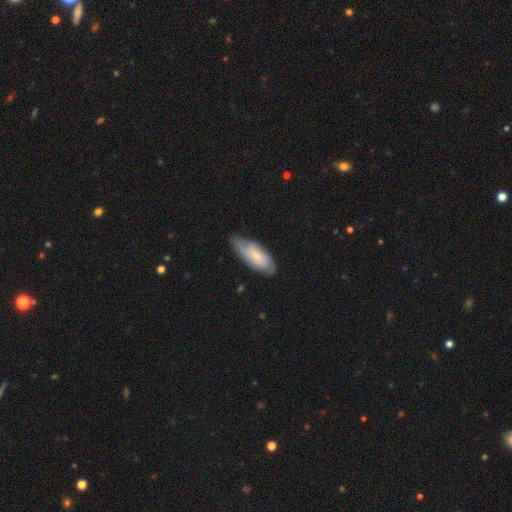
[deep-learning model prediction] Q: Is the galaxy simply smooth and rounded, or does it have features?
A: smooth — 53%.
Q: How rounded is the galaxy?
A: in between — 76%.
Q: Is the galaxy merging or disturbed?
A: none — 67%.